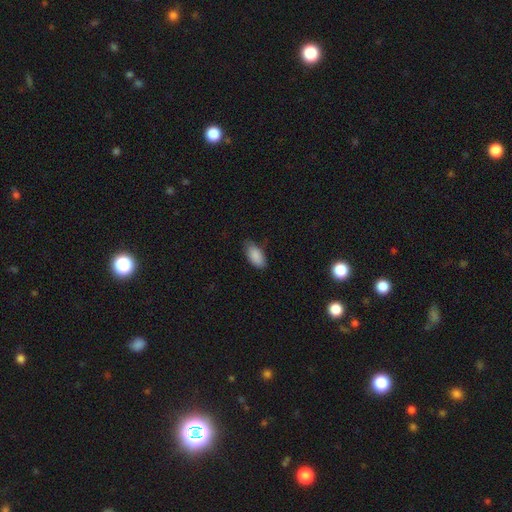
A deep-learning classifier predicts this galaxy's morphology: Smooth or featured: smooth — 89% (star or artifact — 7%)
How rounded: in between — 92% (cigar-shaped — 6%)
Merging: none — 77% (minor disturbance — 19%)